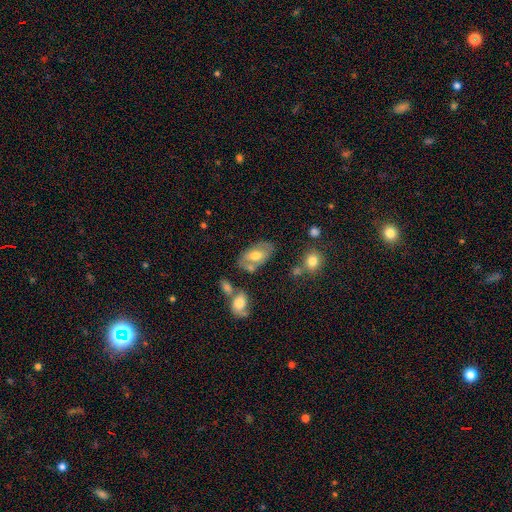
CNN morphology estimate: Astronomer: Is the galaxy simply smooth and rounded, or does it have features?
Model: smooth — 56% (runner-up: featured or disk, 37%).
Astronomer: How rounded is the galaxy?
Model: in between — 92%.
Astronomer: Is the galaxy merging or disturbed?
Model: none — 61%.